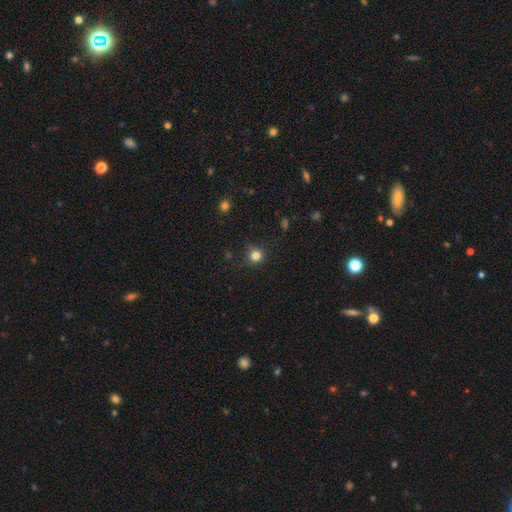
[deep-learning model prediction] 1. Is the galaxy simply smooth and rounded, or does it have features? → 81% smooth, 14% star or artifact, 5% featured or disk.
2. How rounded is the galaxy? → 92% round, 7% in between, 1% cigar-shaped.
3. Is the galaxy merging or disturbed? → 83% none, 12% minor disturbance, 3% major disturbance, 2% merger.